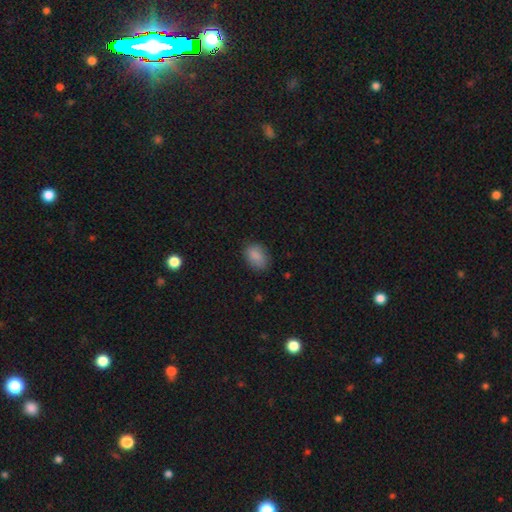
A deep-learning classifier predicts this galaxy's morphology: Smooth or featured? Predicted: smooth (p=0.85). How rounded? Predicted: in between (p=0.81). Merging? Predicted: none (p=0.77).